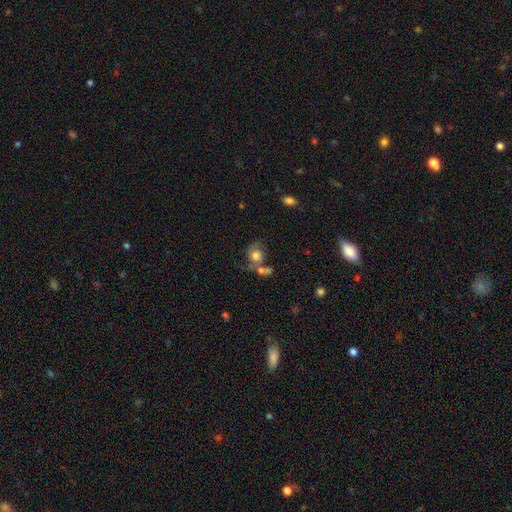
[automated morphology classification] Overall: featured or disk (45%, tied with smooth). Merging: none (40%; merger 27%).